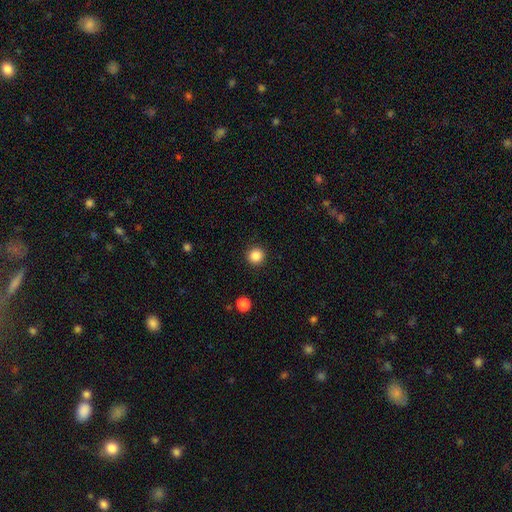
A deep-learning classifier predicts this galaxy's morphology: smooth 86%, star or artifact 11%, featured or disk 3%. Down the decision tree: how rounded — round (93%); merging — none (92%).